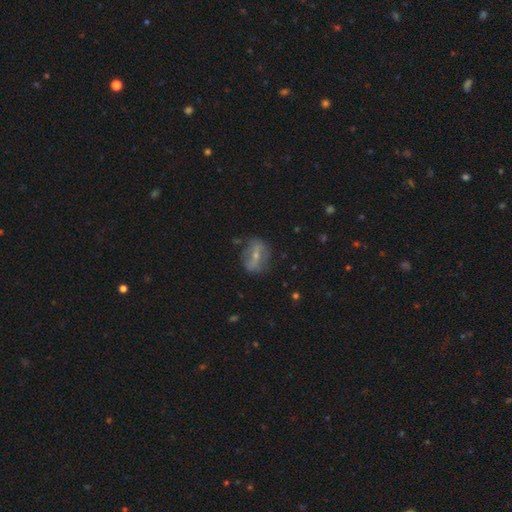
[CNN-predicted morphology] smooth-or-featured: featured or disk: 55% | smooth: 35% | star or artifact: 10%
  disk-edge-on: no: 87% | yes: 13%
  merging: none: 66% | minor disturbance: 21% | major disturbance: 10% | merger: 3%